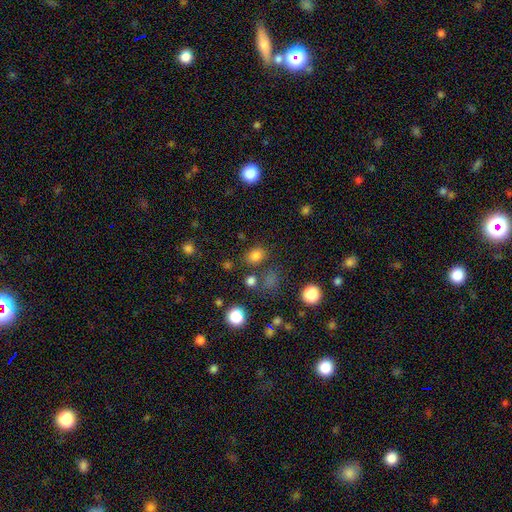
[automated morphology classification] This appears to be a smooth galaxy with no disk features (79%) that is in between round and cigar-shaped (51%). Merging: none (78%).